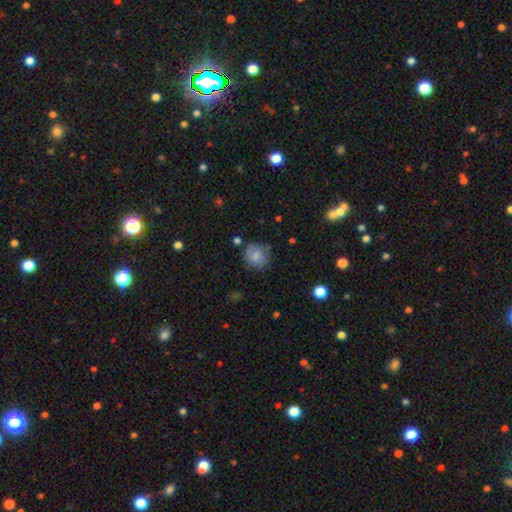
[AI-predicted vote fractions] Smooth or featured?
  - smooth: 79% *
  - featured or disk: 12%
  - star or artifact: 9%
How rounded?
  - round: 80% *
  - in between: 19%
  - cigar-shaped: 1%
Merging?
  - none: 66% *
  - minor disturbance: 23%
  - major disturbance: 7%
  - merger: 4%